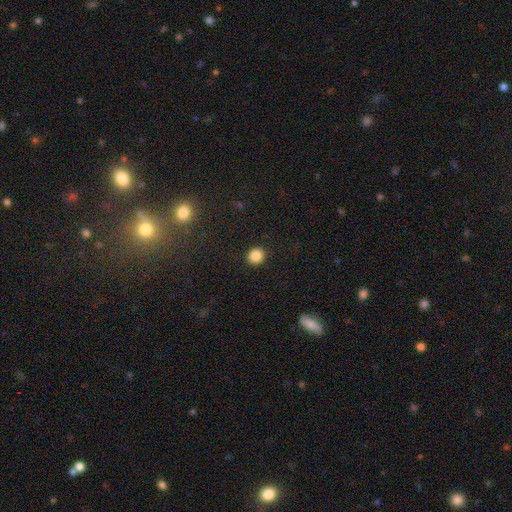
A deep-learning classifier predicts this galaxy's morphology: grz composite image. It shows a smooth galaxy with no disk features (86%) that is round (90%). Merging: none (92%).